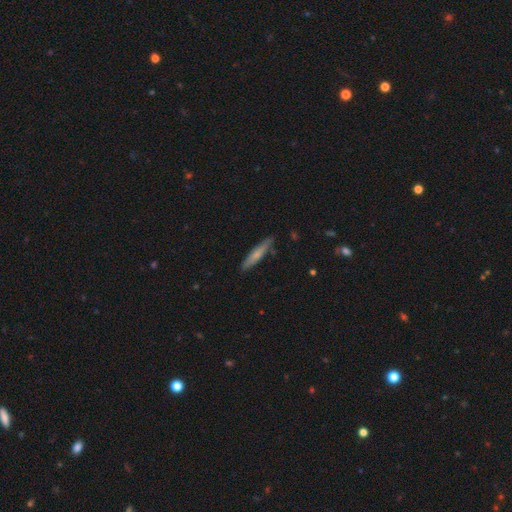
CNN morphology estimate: smooth-or-featured: smooth: 52% | featured or disk: 42% | star or artifact: 7%
  how-rounded: cigar-shaped: 92% | in between: 6% | round: 2%
  merging: none: 86% | minor disturbance: 11% | major disturbance: 2% | merger: 1%